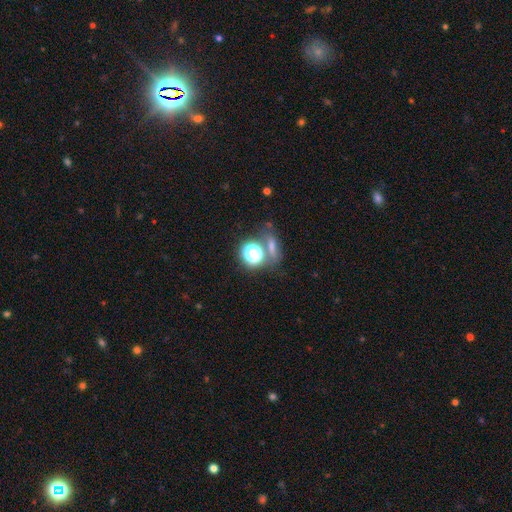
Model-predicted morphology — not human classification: Overall: smooth (50%; star or artifact 39%). Merging: none (60%; merger 21%).